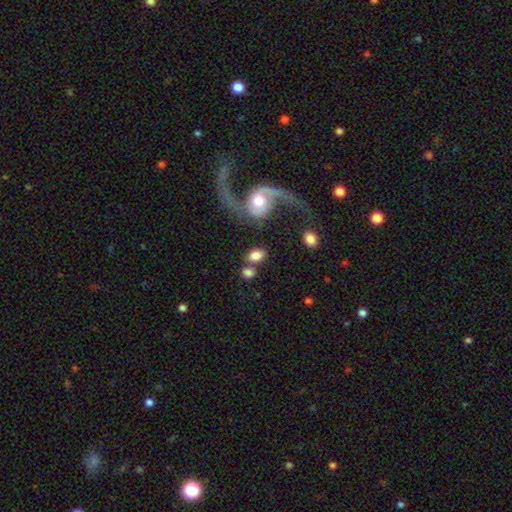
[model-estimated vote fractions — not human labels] A smooth galaxy with no disk features (77%) that is in between round and cigar-shaped (81%).

Vote fractions:
- Smooth or featured? smooth: 77% / featured or disk: 15% / star or artifact: 8%
- How rounded? in between: 81% / round: 17% / cigar-shaped: 2%
- Merging? none: 55% / merger: 25% / minor disturbance: 12% / major disturbance: 9%